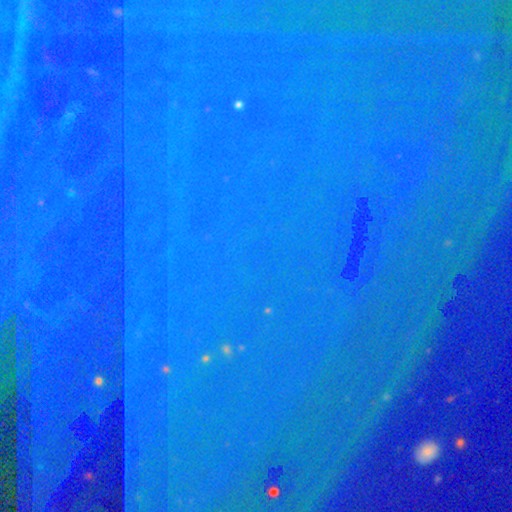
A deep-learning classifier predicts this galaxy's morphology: smooth_or_featured: star or artifact (p=0.87) [alt: featured or disk p=0.07]